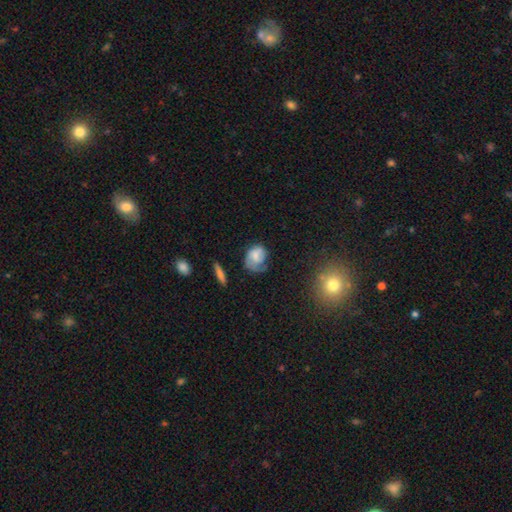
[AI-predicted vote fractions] Overall: smooth (57%; featured or disk 35%). How rounded: in between (53%; round 45%). Merging: none (39%; minor disturbance 31%).